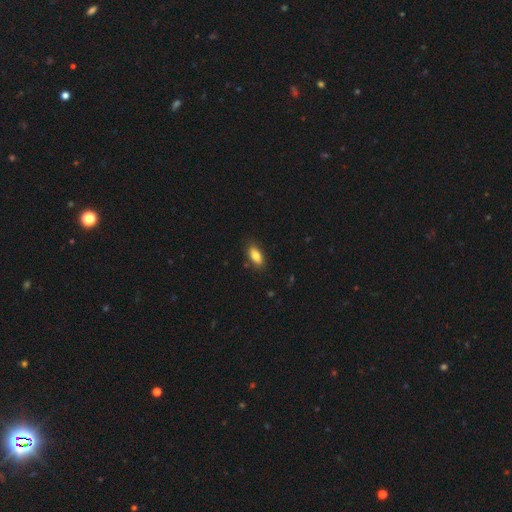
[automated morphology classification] This is clearly a smooth galaxy (82%). How rounded: clearly in between (86%). Merging: clearly none (85%).